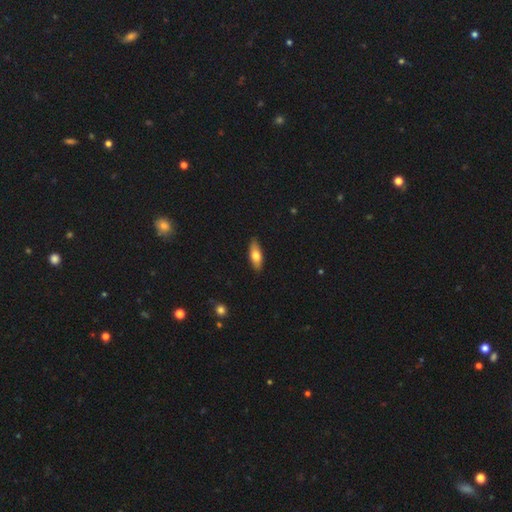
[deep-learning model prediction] The model was most divided on "how rounded": in between: 70%, cigar-shaped: 27%, round: 3%. More confident: merging — none (87%); smooth or featured — smooth (70%).